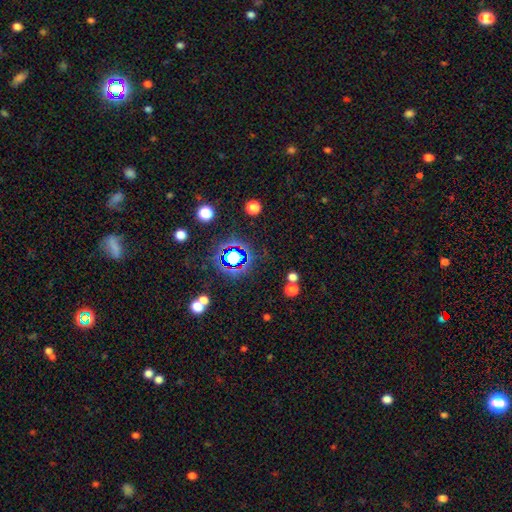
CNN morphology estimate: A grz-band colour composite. It shows a star or artifact, not a galaxy (77%).